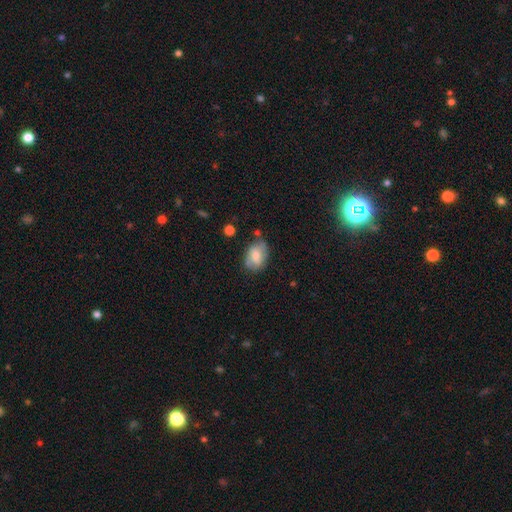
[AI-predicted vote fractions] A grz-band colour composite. It shows a smooth galaxy with no disk features (69%) that is in between round and cigar-shaped (81%). Merging: none (60%).